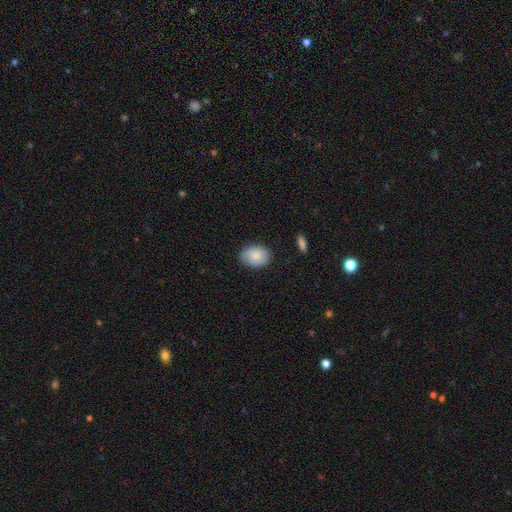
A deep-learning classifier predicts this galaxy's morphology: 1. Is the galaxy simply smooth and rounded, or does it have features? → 84% smooth, 9% featured or disk, 7% star or artifact.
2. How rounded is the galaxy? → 69% in between, 30% round, 1% cigar-shaped.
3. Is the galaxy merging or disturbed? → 80% none, 16% minor disturbance, 3% major disturbance, 1% merger.